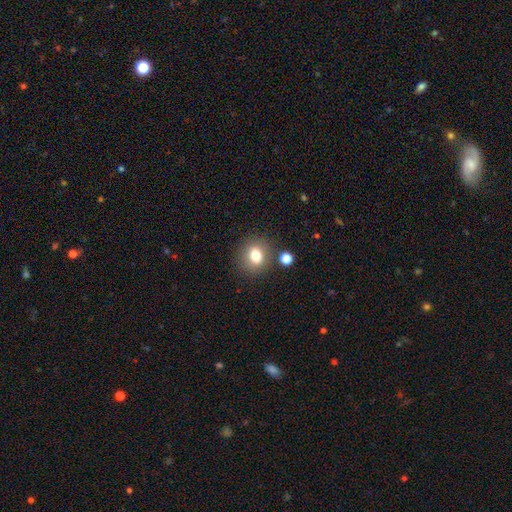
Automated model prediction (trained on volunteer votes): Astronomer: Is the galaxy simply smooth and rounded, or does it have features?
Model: smooth — 78%.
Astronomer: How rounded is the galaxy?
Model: round — 68%.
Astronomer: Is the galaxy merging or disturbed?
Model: none — 80%.